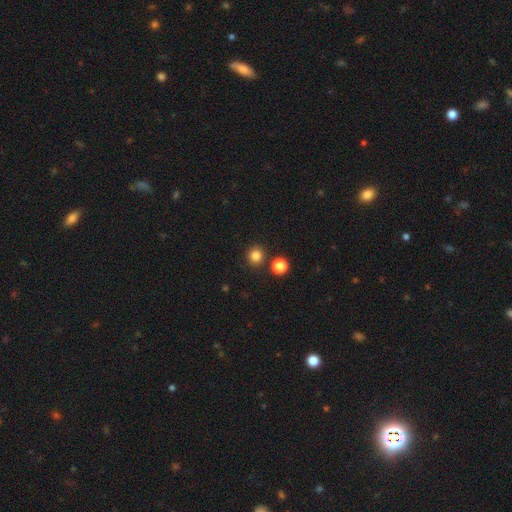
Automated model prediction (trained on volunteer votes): Smooth or featured? Predicted: smooth (p=0.83). How rounded? Predicted: round (p=0.92). Merging? Predicted: none (p=0.86).